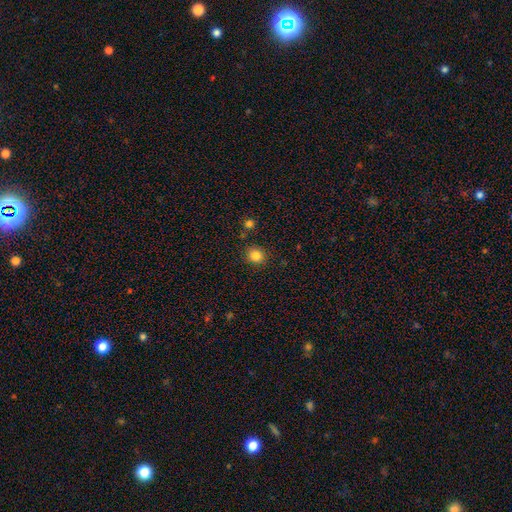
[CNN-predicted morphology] type=smooth (83%); roundness=round (82%); merging=none (87%).